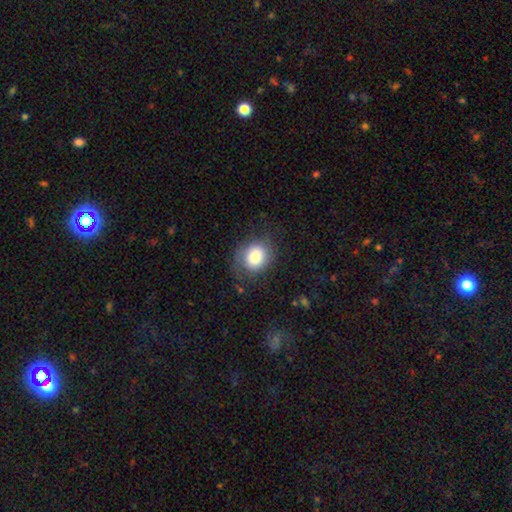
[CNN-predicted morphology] smooth-or-featured: smooth: 80% | featured or disk: 12% | star or artifact: 8%
  how-rounded: round: 61% | in between: 38% | cigar-shaped: 1%
  merging: none: 69% | minor disturbance: 20% | major disturbance: 10% | merger: 1%